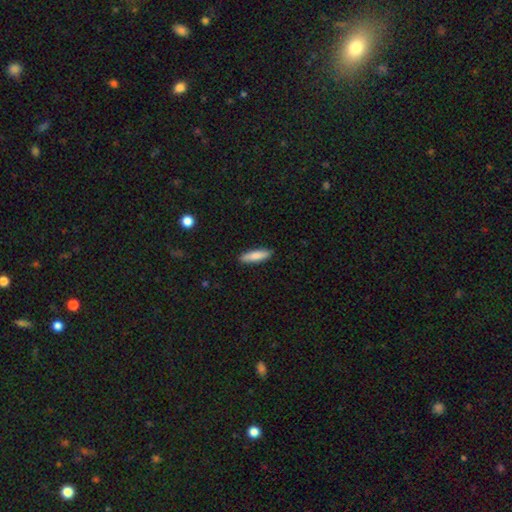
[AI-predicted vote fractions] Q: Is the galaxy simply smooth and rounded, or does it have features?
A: smooth — 83%.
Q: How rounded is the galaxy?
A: cigar-shaped — 66%.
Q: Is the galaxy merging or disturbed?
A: none — 89%.